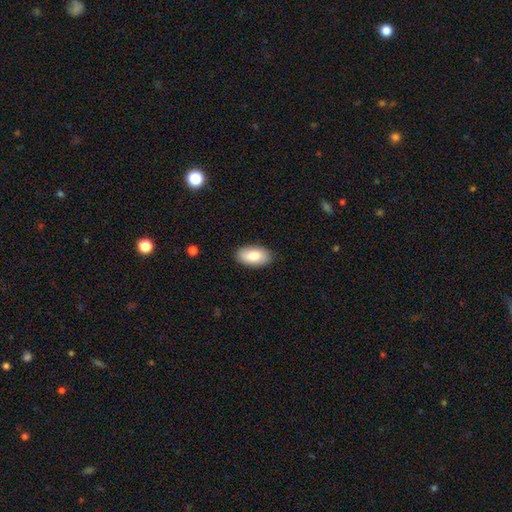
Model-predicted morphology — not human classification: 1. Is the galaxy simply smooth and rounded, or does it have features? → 84% smooth, 10% featured or disk, 6% star or artifact.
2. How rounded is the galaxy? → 94% in between, 3% round, 2% cigar-shaped.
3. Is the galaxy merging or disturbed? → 86% none, 10% minor disturbance, 2% major disturbance, 1% merger.